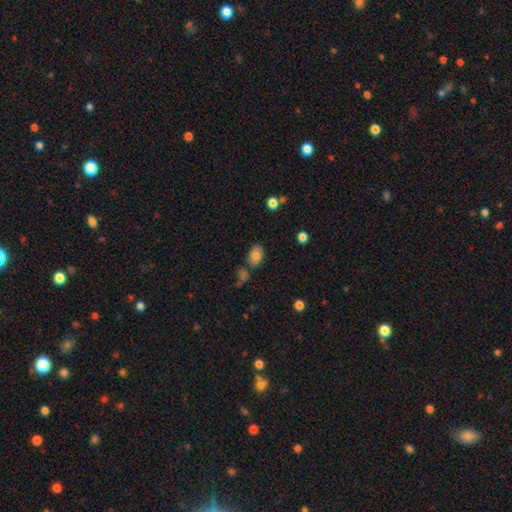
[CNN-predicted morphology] This is clearly a smooth galaxy (81%). How rounded: clearly in between (85%). Merging: likely none (74%).